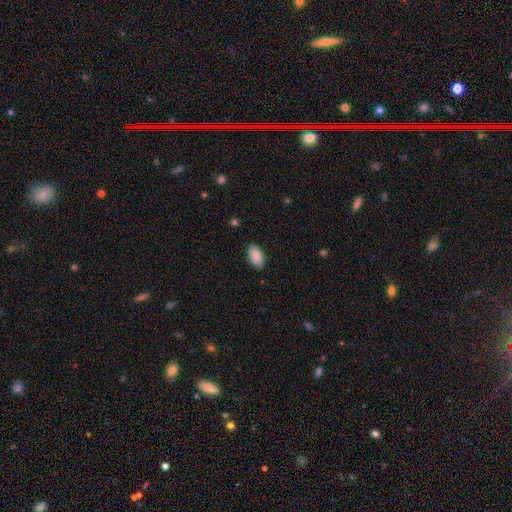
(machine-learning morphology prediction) type=smooth (89%); roundness=in between (94%); merging=none (85%).